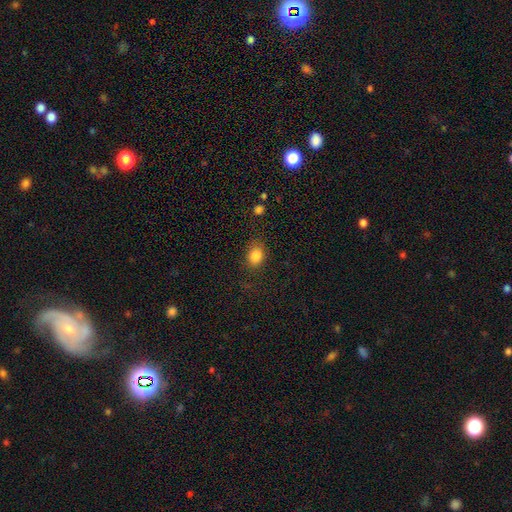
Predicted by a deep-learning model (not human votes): smooth 85%, star or artifact 10%, featured or disk 5%. Down the decision tree: how rounded — in between (72%); merging — none (76%).